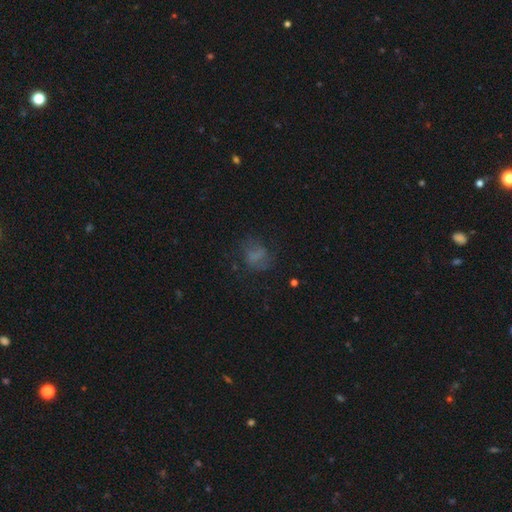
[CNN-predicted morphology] smooth-or-featured: smooth: 54% | featured or disk: 28% | star or artifact: 19%
  how-rounded: round: 51% | in between: 46% | cigar-shaped: 2%
  merging: none: 57% | minor disturbance: 21% | major disturbance: 19% | merger: 2%